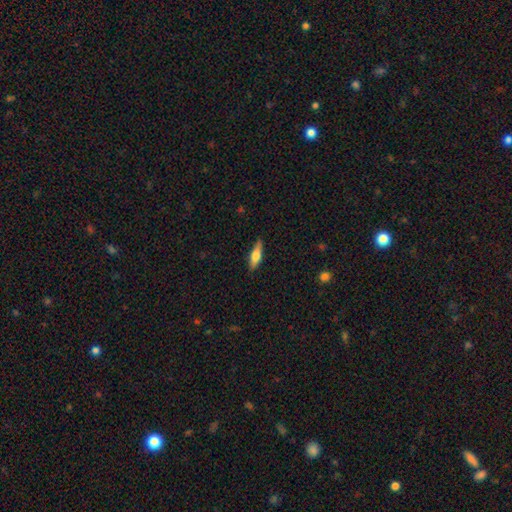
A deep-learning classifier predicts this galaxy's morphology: Smooth or featured? smooth (61%)
How rounded? cigar-shaped (53%)
Merging? none (87%)